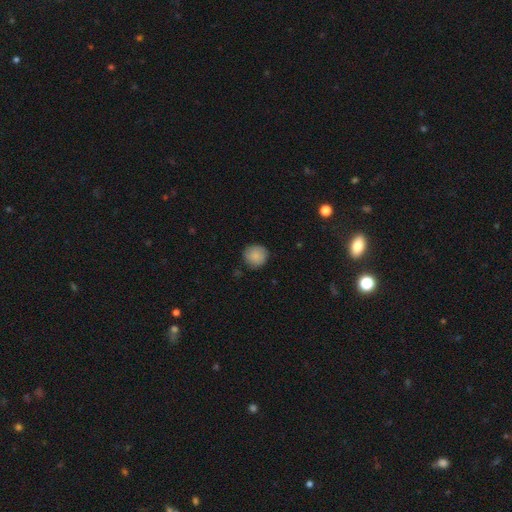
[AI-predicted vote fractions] smooth-or-featured: smooth: 86% | star or artifact: 7% | featured or disk: 6%
  how-rounded: round: 93% | in between: 6% | cigar-shaped: 1%
  merging: none: 85% | minor disturbance: 11% | major disturbance: 2% | merger: 1%